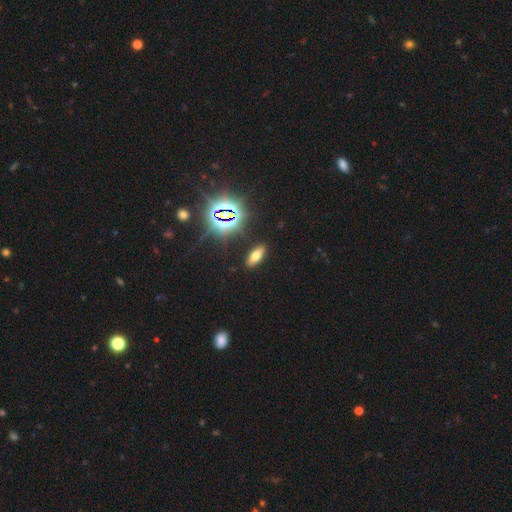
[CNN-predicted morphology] This is possibly a smooth galaxy (56%). How rounded: likely in between (77%). Merging: clearly none (90%).